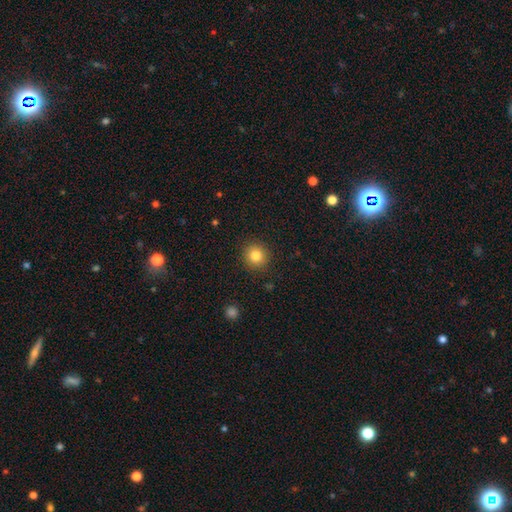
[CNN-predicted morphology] The model was most divided on "smooth or featured": smooth: 82%, star or artifact: 11%, featured or disk: 7%. More confident: how rounded — round (91%); merging — none (90%).